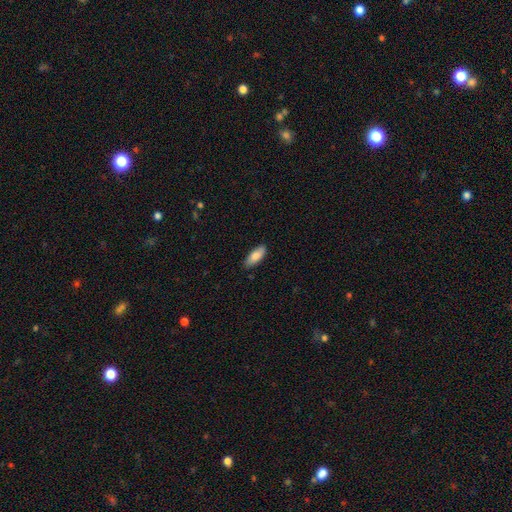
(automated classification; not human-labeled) smooth_or_featured: smooth (p=0.83) [alt: featured or disk p=0.11]
how_rounded: in between (p=0.79) [alt: cigar-shaped p=0.20]
merging: none (p=0.84) [alt: minor disturbance p=0.13]